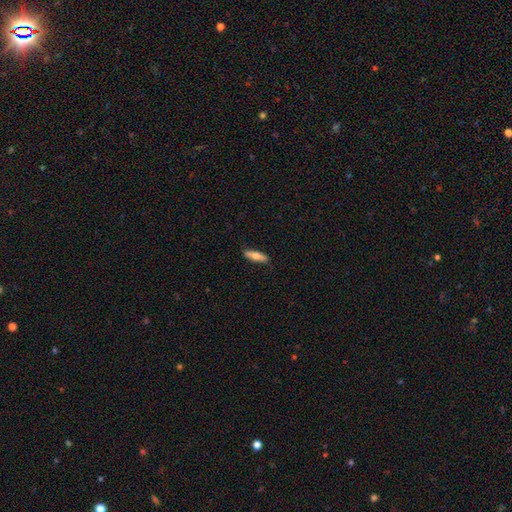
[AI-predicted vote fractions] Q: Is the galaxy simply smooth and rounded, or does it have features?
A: smooth — 66%.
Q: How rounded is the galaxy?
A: cigar-shaped — 62%.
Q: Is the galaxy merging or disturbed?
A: none — 86%.